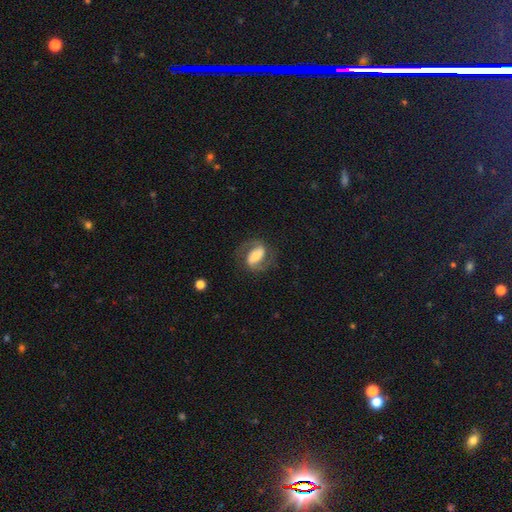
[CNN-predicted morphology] This appears to be a featured or disk galaxy (74%) with a strong bar (51%), 2 (90%) medium (51%) spiral arms (91%) and a moderate central bulge (46%). Merging: none (74%).